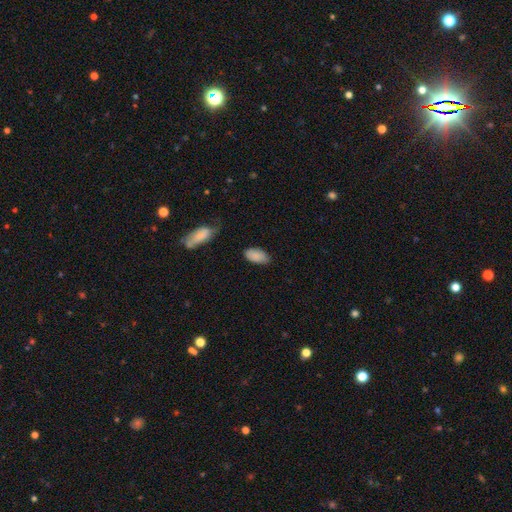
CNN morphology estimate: Overall: smooth (86%). How rounded: in between (95%). Merging: none (76%).